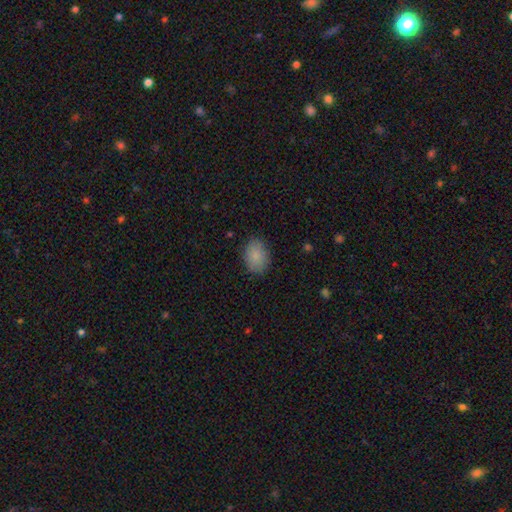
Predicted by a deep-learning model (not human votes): Morphology: type=smooth (86%); roundness=in between (76%); merging=none (84%).